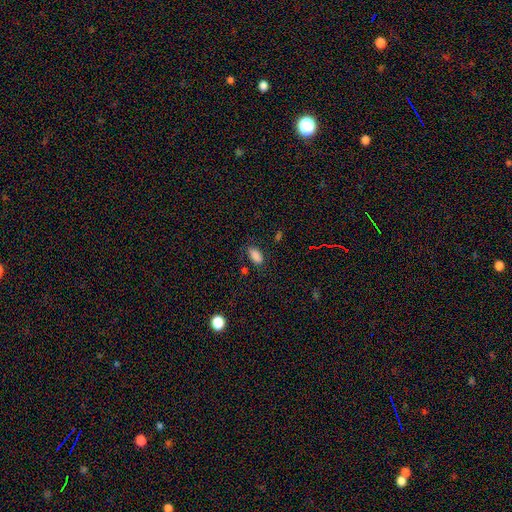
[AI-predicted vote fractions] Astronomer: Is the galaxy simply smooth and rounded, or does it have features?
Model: smooth — 85%.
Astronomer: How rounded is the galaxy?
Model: in between — 91%.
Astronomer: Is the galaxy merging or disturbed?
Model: none — 79%.